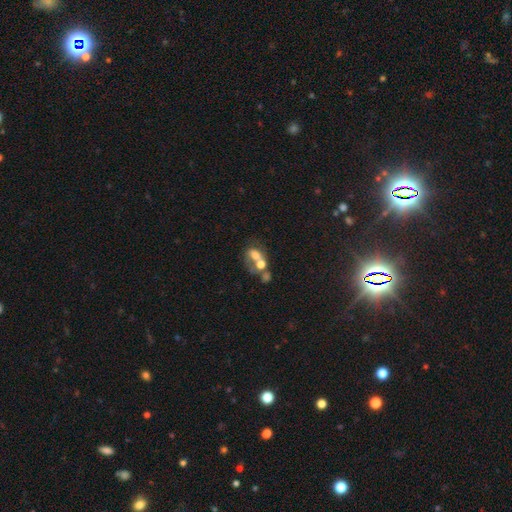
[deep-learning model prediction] The model was most divided on "smooth or featured": smooth: 51%, featured or disk: 37%, star or artifact: 12%. More confident: how rounded — in between (65%); merging — merger (62%).